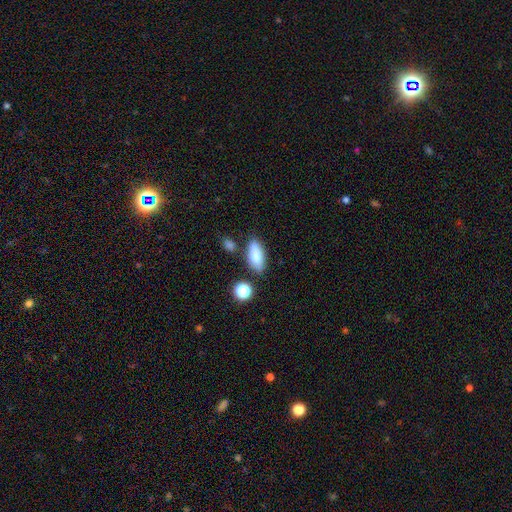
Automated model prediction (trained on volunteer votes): Morphology: type=smooth (78%); roundness=in between (82%); merging=none (74%).